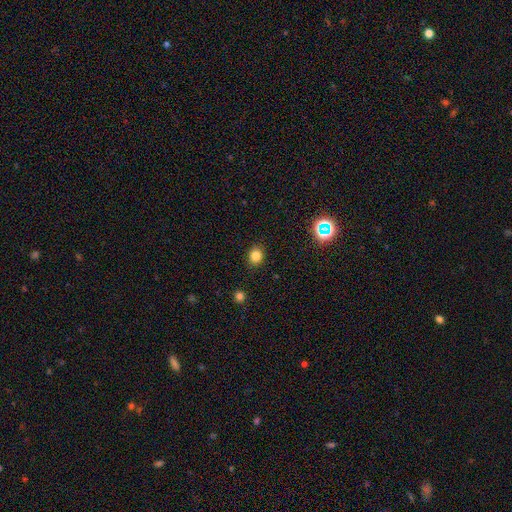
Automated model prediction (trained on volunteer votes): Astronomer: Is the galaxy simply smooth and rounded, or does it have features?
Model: smooth — 81%.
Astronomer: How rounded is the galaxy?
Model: round — 65%.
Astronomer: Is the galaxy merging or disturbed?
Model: none — 88%.